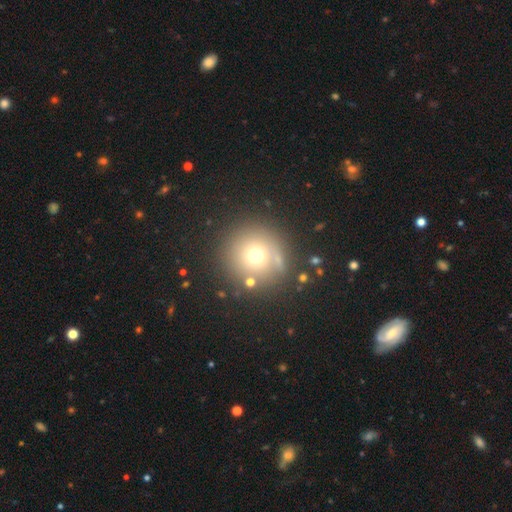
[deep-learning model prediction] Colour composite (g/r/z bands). It shows a smooth galaxy with no disk features (66%) that is round (94%). Merging: none (78%).